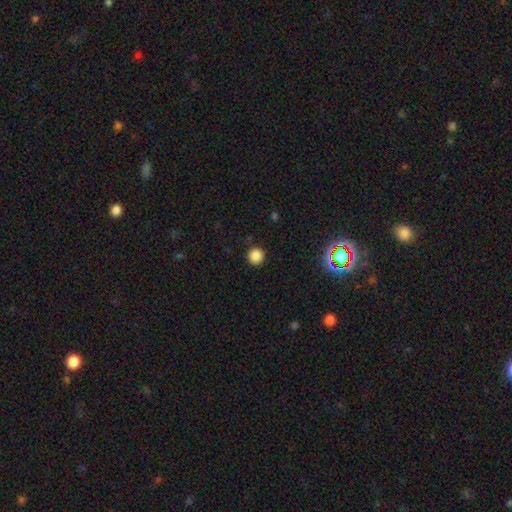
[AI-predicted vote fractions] Smooth or featured: smooth — 85% (star or artifact — 12%)
How rounded: round — 95% (in between — 4%)
Merging: none — 90% (minor disturbance — 6%)